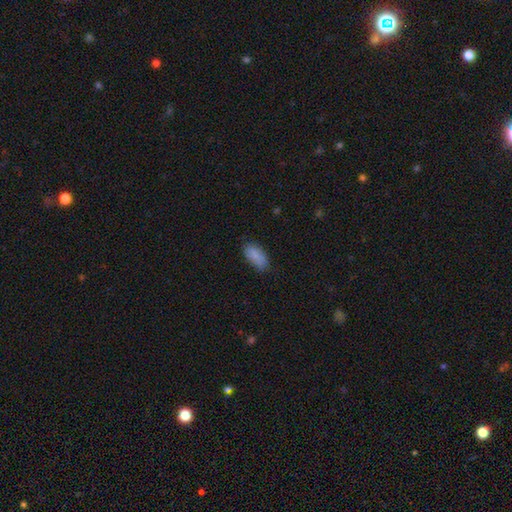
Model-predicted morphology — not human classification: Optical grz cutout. It shows a smooth galaxy with no disk features (86%) that is in between round and cigar-shaped (91%). Merging: none (75%).